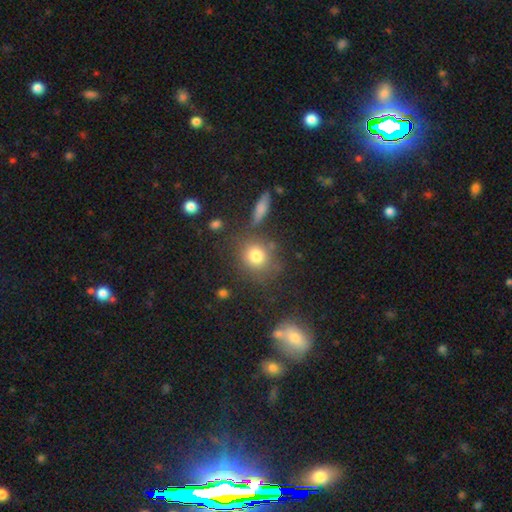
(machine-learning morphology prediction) This is likely a smooth galaxy (78%). How rounded: likely round (79%). Merging: likely none (73%).